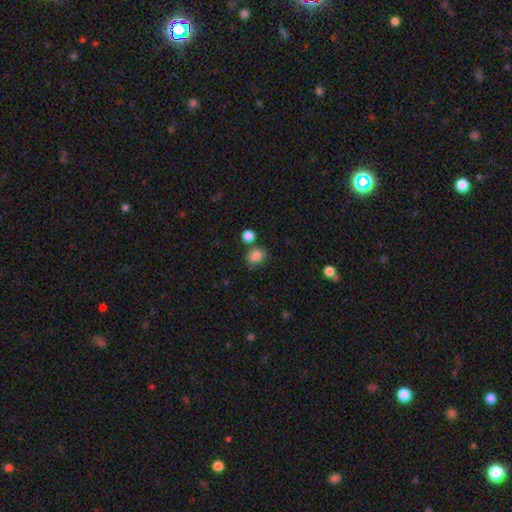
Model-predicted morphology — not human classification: This appears to be a smooth galaxy with no disk features (84%) that is round (69%). Merging: none (71%).